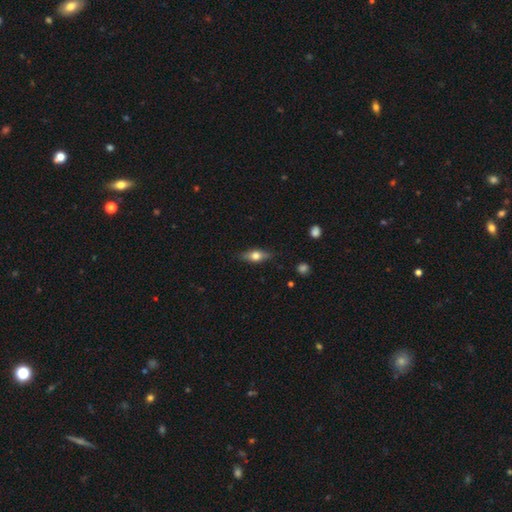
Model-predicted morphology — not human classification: Q: Smooth or featured?
A: smooth (57%); runner-up: featured or disk (36%)
Q: How rounded?
A: in between (65%); runner-up: cigar-shaped (29%)
Q: Merging?
A: none (83%); runner-up: minor disturbance (13%)